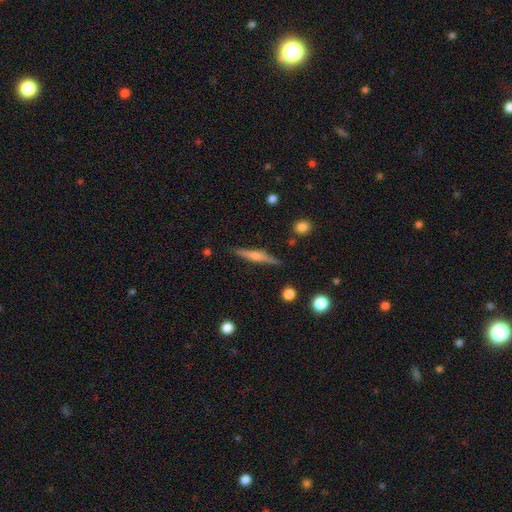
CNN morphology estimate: A featured or disk galaxy (64%) viewed edge-on (97%) with a rounded central bulge (80%).

Vote fractions:
- Smooth or featured? featured or disk: 64% / smooth: 30% / star or artifact: 7%
- Edge-on disk? yes: 97% / no: 3%
- Edge-on bulge? rounded: 80% / none: 10% / boxy: 9%
- Merging? none: 88% / minor disturbance: 8% / major disturbance: 2% / merger: 2%